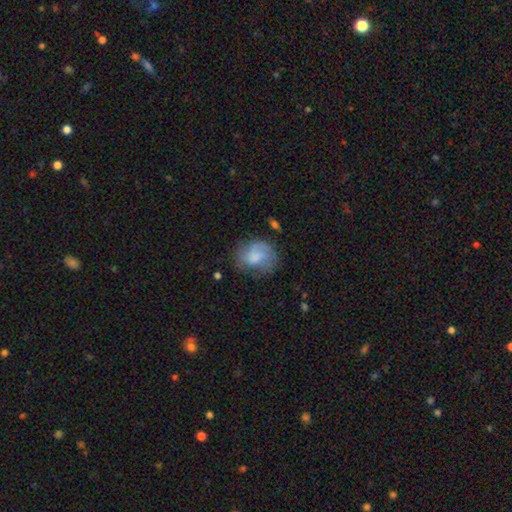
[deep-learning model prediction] Morphology: type=smooth (59%); roundness=round (56%); merging=none (54%).